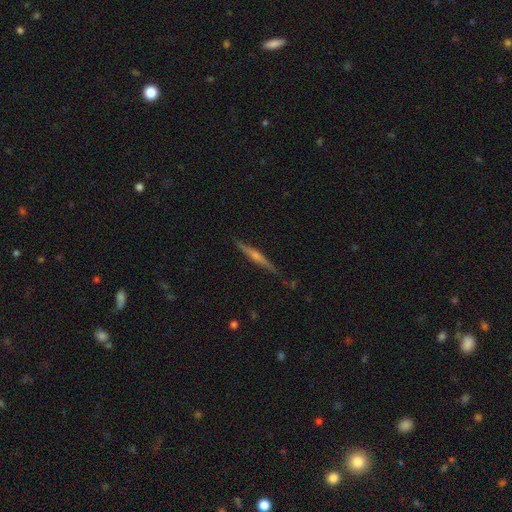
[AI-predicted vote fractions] This is likely a featured or disk galaxy (72%). It is clearly viewed edge-on (98%). Edge-on bulge: likely rounded (72%). Merging: clearly none (87%).